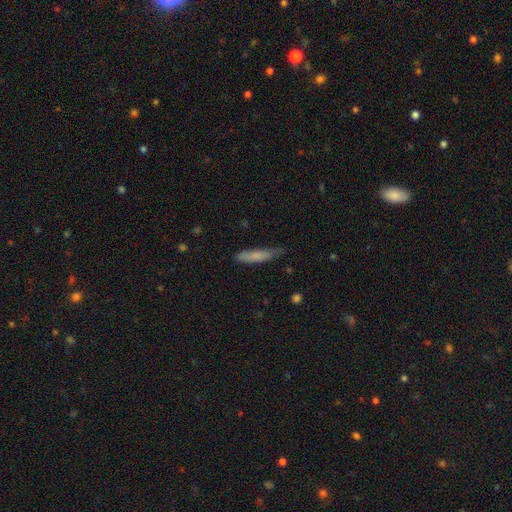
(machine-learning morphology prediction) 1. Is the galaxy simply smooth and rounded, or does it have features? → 74% smooth, 19% featured or disk, 6% star or artifact.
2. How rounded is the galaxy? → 84% cigar-shaped, 15% in between, 2% round.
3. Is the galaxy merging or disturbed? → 65% none, 28% minor disturbance, 6% major disturbance, 2% merger.